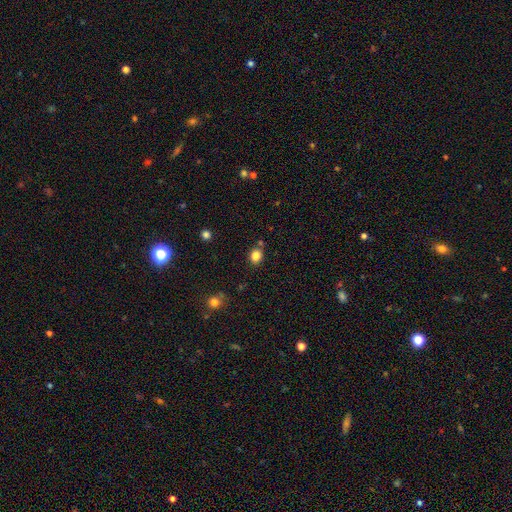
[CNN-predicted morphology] Smooth or featured: smooth — 83% (star or artifact — 12%)
How rounded: round — 67% (in between — 33%)
Merging: none — 77% (minor disturbance — 12%)